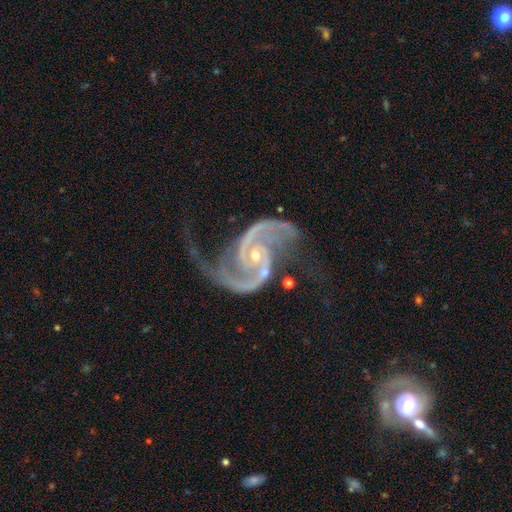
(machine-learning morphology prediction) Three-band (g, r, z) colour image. It shows a featured or disk galaxy (94%) with no bar (60%), 2 (91%) medium (54%) spiral arms (98%) and a small central bulge (63%). Merging: none (50%).